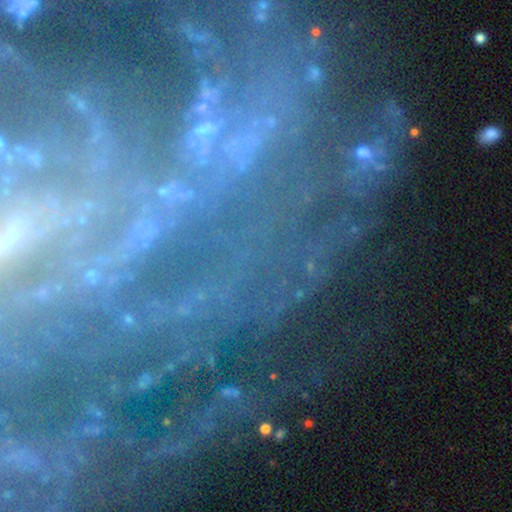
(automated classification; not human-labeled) The model was most divided on "bar": no: 46%, strong: 28%, weak: 27%. More confident: edge-on disk — no (91%); spiral arms — yes (86%); merging — none (66%); bulge size — small (57%); smooth or featured — featured or disk (55%).